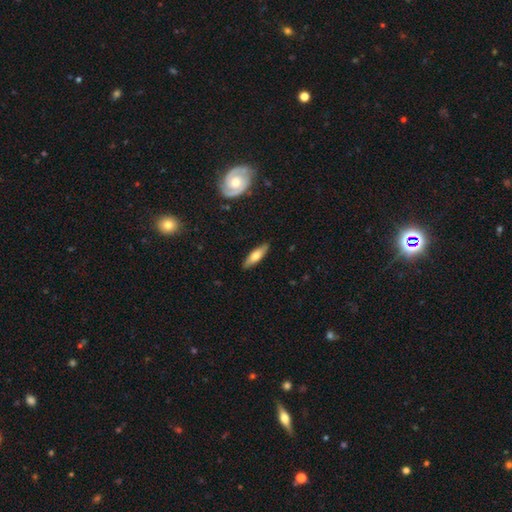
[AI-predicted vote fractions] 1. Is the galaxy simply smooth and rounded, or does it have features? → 62% smooth, 32% featured or disk, 6% star or artifact.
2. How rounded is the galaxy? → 57% cigar-shaped, 41% in between, 2% round.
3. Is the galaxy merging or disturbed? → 87% none, 10% minor disturbance, 2% major disturbance, 1% merger.